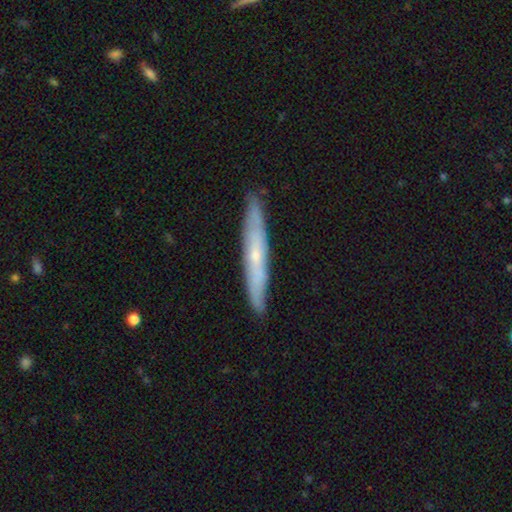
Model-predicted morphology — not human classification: Smooth or featured?
  - featured or disk: 57% *
  - smooth: 38%
  - star or artifact: 5%
Edge-on disk?
  - yes: 80% *
  - no: 20%
Merging?
  - none: 88% *
  - minor disturbance: 10%
  - major disturbance: 2%
  - merger: 1%